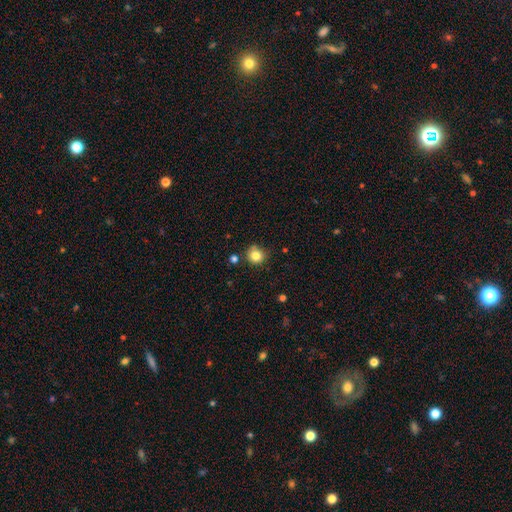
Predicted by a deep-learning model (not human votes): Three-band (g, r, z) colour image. It shows a smooth galaxy with no disk features (82%) that is round (91%). Merging: none (77%).